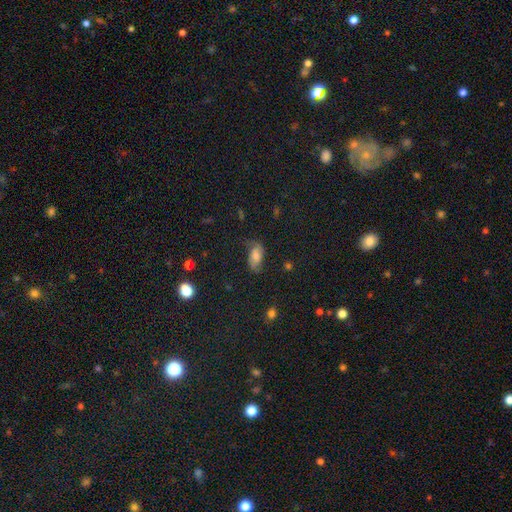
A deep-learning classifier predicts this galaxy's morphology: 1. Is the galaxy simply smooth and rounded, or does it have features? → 53% smooth, 31% featured or disk, 16% star or artifact.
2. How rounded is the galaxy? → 86% in between, 7% cigar-shaped, 7% round.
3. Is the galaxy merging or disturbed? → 59% none, 25% minor disturbance, 14% major disturbance, 2% merger.